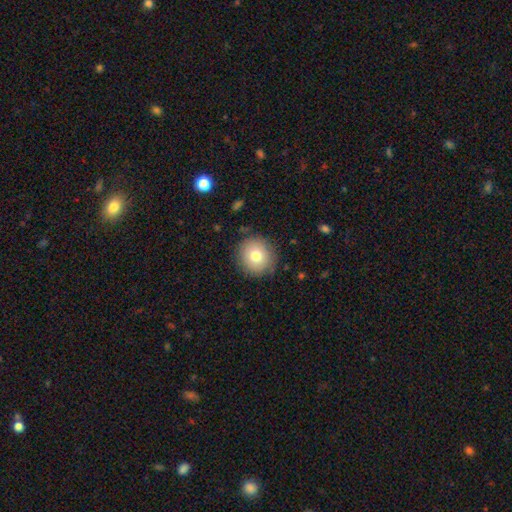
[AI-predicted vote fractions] The model was most divided on "smooth or featured": smooth: 76%, featured or disk: 14%, star or artifact: 10%. More confident: how rounded — round (90%); merging — none (86%).